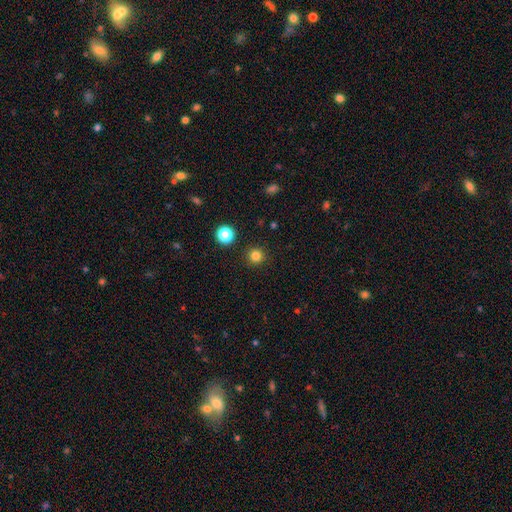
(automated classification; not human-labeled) smooth 82%, star or artifact 14%, featured or disk 4%. Down the decision tree: how rounded — round (95%); merging — none (92%).